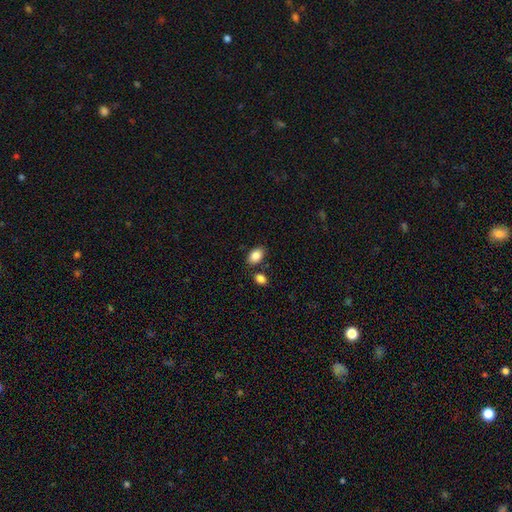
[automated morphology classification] Smooth or featured: smooth — 87% (star or artifact — 8%)
How rounded: in between — 88% (round — 11%)
Merging: none — 76% (minor disturbance — 11%)